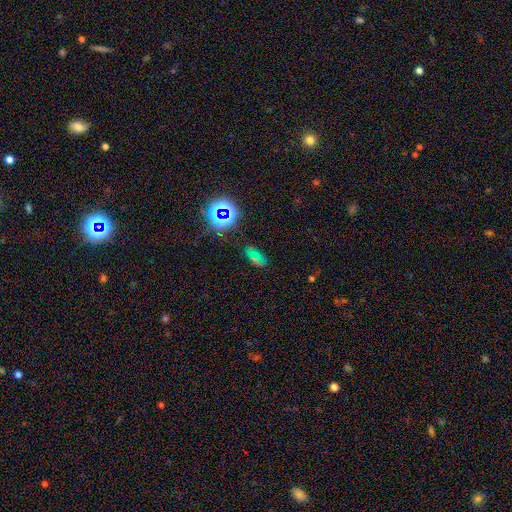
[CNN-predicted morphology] Smooth or featured: smooth — 50% (star or artifact — 36%)
How rounded: in between — 85% (round — 8%)
Merging: none — 68% (minor disturbance — 19%)